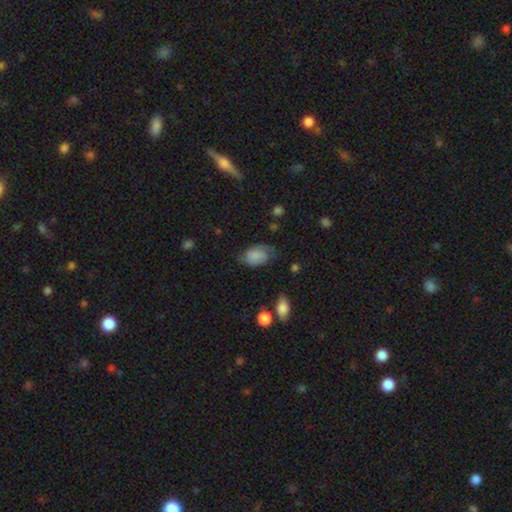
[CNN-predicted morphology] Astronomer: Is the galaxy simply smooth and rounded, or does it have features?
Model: smooth — 77%.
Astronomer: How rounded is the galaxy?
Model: in between — 86%.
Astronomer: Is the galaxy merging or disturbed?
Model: none — 57%.